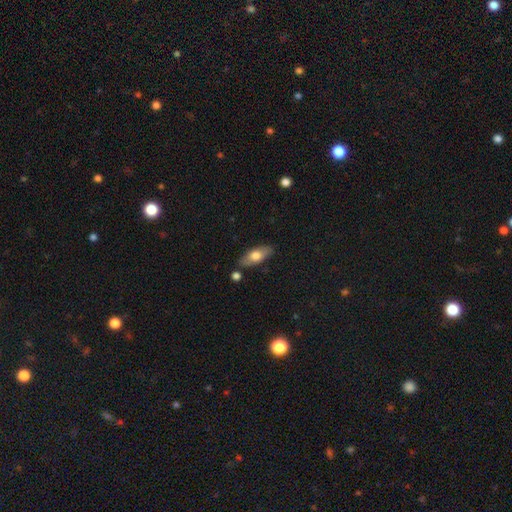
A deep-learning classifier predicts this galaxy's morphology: smooth-or-featured: smooth: 66% | featured or disk: 28% | star or artifact: 6%
  how-rounded: in between: 77% | cigar-shaped: 20% | round: 3%
  merging: none: 81% | minor disturbance: 12% | merger: 5% | major disturbance: 3%